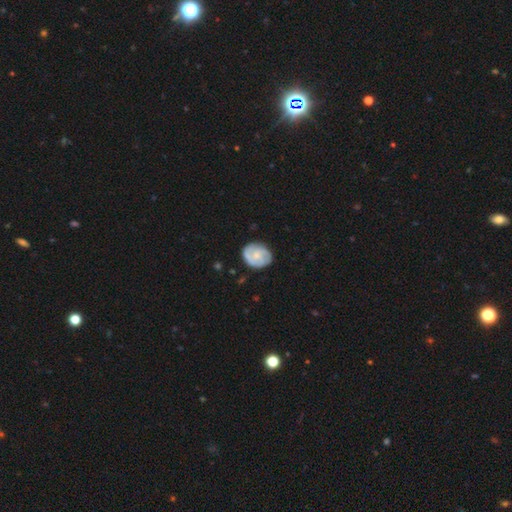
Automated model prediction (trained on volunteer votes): Q: Smooth or featured?
A: featured or disk (61%); runner-up: smooth (33%)
Q: Edge-on disk?
A: no (98%); runner-up: yes (2%)
Q: Bar?
A: no (72%); runner-up: weak (25%)
Q: Spiral arms?
A: yes (86%); runner-up: no (14%)
Q: Spiral winding?
A: tight (53%); runner-up: medium (35%)
Q: Spiral arm count?
A: 2 (32%); runner-up: 3 (30%)
Q: Bulge size?
A: small (48%); runner-up: moderate (35%)
Q: Merging?
A: none (76%); runner-up: minor disturbance (18%)